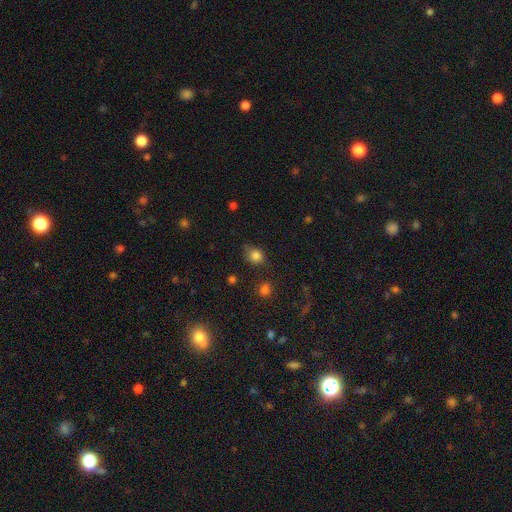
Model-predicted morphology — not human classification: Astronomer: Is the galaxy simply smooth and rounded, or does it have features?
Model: smooth — 81%.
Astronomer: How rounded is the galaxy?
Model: round — 70%.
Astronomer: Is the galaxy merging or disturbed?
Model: none — 63%.